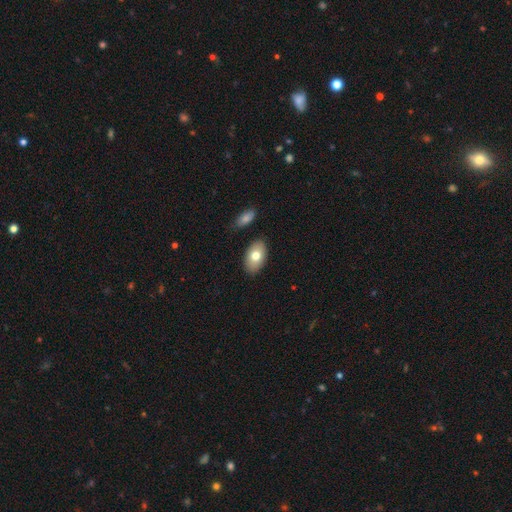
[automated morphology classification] smooth_or_featured: smooth (p=0.75) [alt: featured or disk p=0.18]
how_rounded: in between (p=0.93) [alt: round p=0.06]
merging: none (p=0.84) [alt: minor disturbance p=0.10]